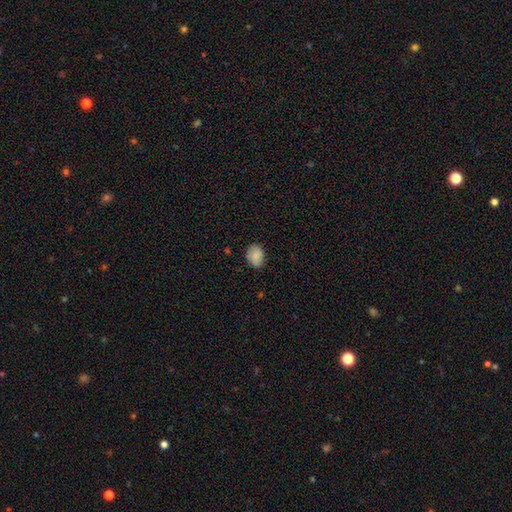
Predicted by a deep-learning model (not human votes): A smooth galaxy with no disk features (87%) that is in between round and cigar-shaped (69%). Merging: none (81%).